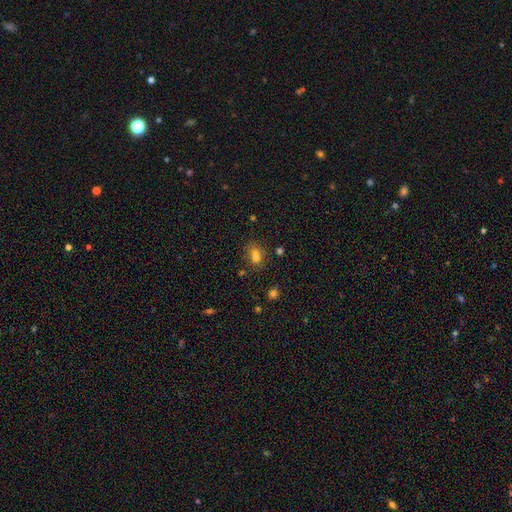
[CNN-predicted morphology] Smooth or featured? Predicted: smooth (p=0.64). How rounded? Predicted: in between (p=0.63). Merging? Predicted: none (p=0.54).